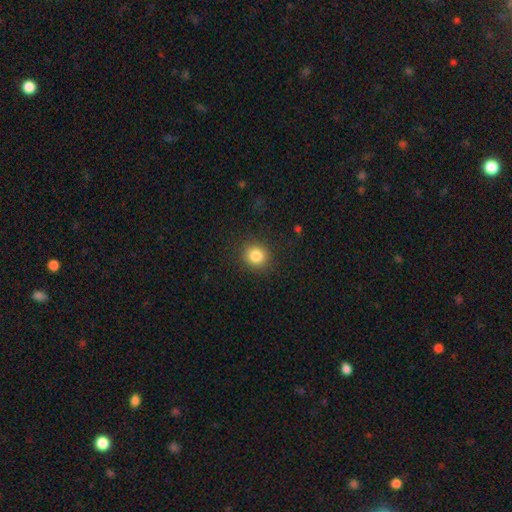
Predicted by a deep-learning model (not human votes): Smooth or featured: smooth — 84% (star or artifact — 11%)
How rounded: round — 86% (in between — 13%)
Merging: none — 89% (minor disturbance — 7%)